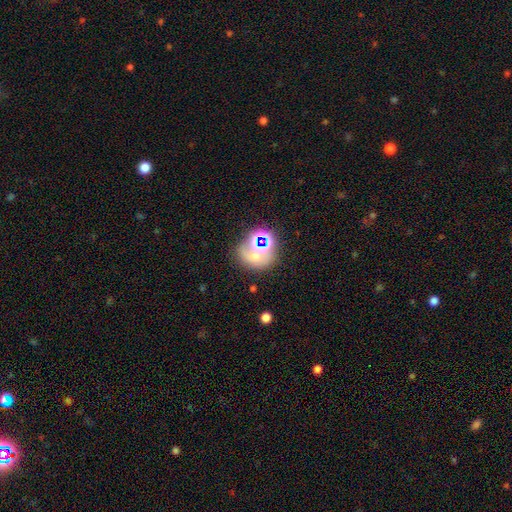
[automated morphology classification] A star or artifact, not a galaxy (43%).

Vote fractions:
- Smooth or featured? star or artifact: 43% / smooth: 34% / featured or disk: 24%